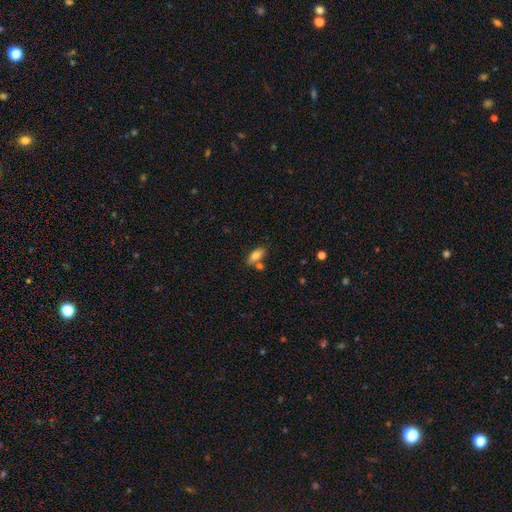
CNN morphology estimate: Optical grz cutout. It shows a smooth galaxy with no disk features (78%) that is in between round and cigar-shaped (85%). Merging: none (62%).